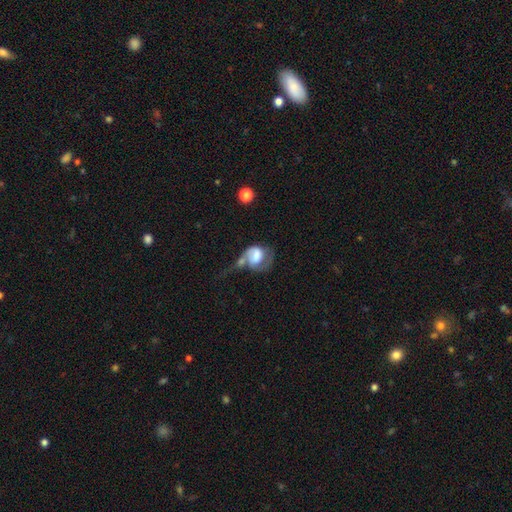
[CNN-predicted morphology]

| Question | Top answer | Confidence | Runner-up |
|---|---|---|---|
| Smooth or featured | featured or disk | 53% | smooth (38%) |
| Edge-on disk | no | 97% | yes (3%) |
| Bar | no | 43% | weak (38%) |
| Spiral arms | yes | 71% | no (29%) |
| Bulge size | large | 36% | moderate (25%) |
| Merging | major disturbance | 41% | merger (24%) |